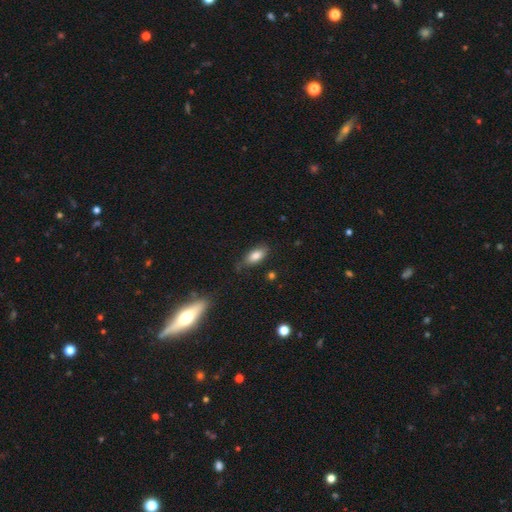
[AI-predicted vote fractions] Morphology: type=smooth (82%); roundness=in between (86%); merging=none (72%).